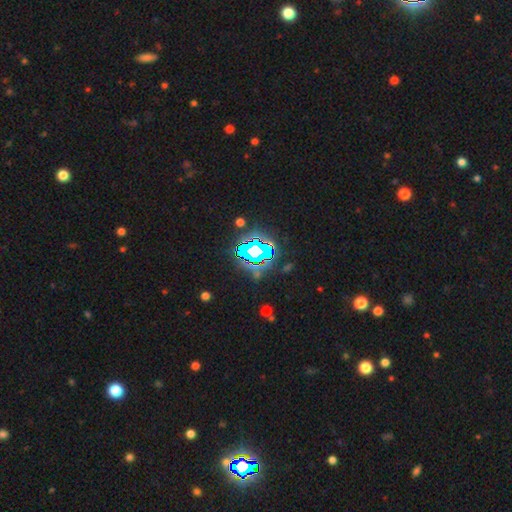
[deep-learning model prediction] A star or artifact, not a galaxy (72%).

Vote fractions:
- Smooth or featured? star or artifact: 72% / featured or disk: 14% / smooth: 14%